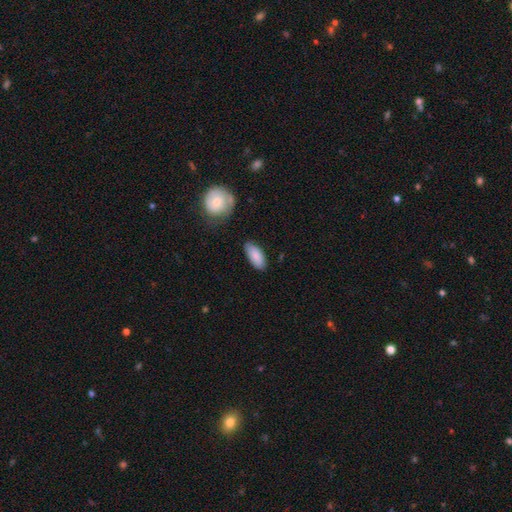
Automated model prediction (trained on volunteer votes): A smooth galaxy with no disk features (85%) that is in between round and cigar-shaped (87%).

Vote fractions:
- Smooth or featured? smooth: 85% / featured or disk: 9% / star or artifact: 6%
- How rounded? in between: 87% / cigar-shaped: 11% / round: 2%
- Merging? none: 81% / minor disturbance: 14% / major disturbance: 3% / merger: 2%